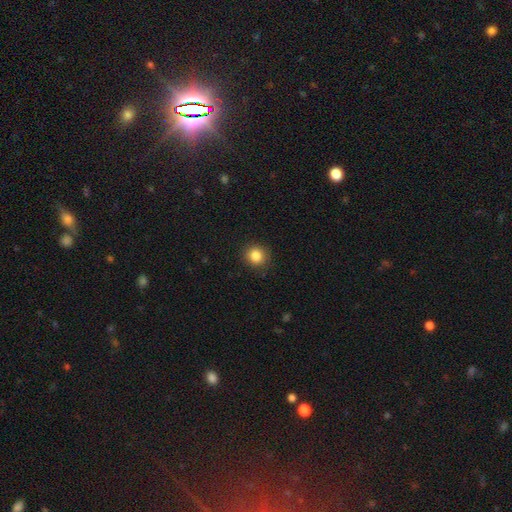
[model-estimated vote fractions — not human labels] This appears to be a smooth galaxy with no disk features (85%) that is round (87%). Merging: none (88%).